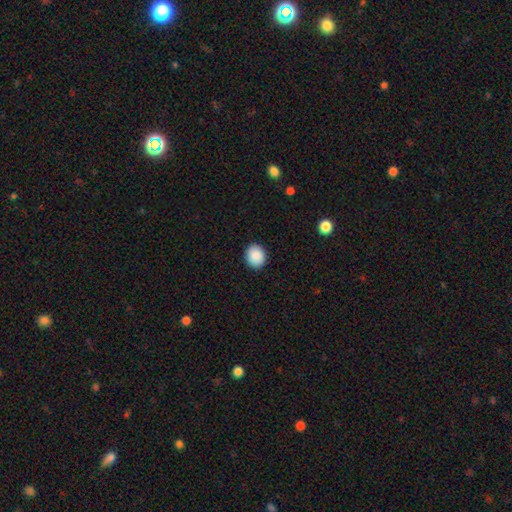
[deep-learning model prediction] This appears to be a smooth galaxy with no disk features (90%) that is round (64%). Merging: none (91%).